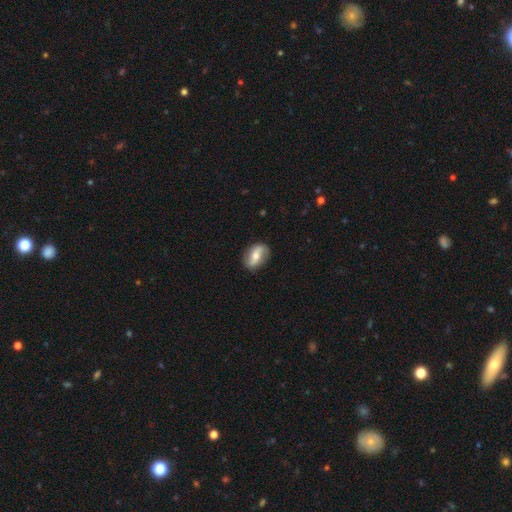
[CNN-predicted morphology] A featured or disk galaxy (57%) with a strong bar (35%), spiral arms (76%) and a moderate central bulge (64%).

Vote fractions:
- Smooth or featured? featured or disk: 57% / smooth: 37% / star or artifact: 7%
- Edge-on disk? no: 92% / yes: 8%
- Bar? strong: 35% / weak: 33% / no: 32%
- Spiral arms? yes: 76% / no: 24%
- Bulge size? moderate: 64% / small: 28% / large: 5% / none: 2% / dominant: 1%
- Merging? none: 84% / minor disturbance: 12% / major disturbance: 3% / merger: 1%